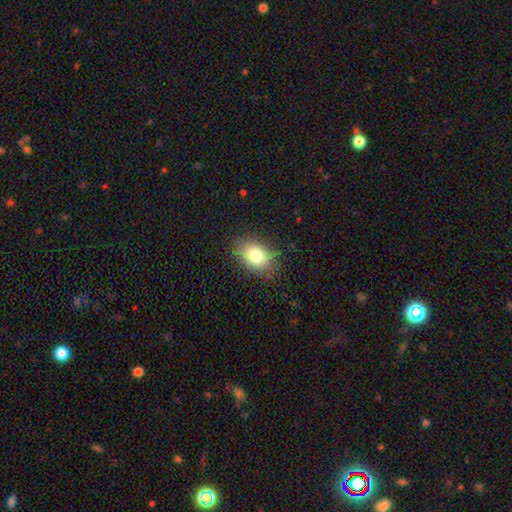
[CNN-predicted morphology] smooth_or_featured: smooth (p=0.79) [alt: star or artifact p=0.10]
how_rounded: in between (p=0.70) [alt: round p=0.29]
merging: none (p=0.83) [alt: minor disturbance p=0.13]